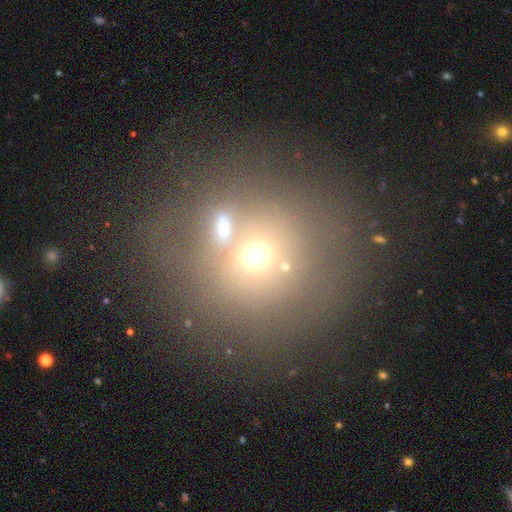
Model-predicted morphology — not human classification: smooth_or_featured: smooth (p=0.56) [alt: star or artifact p=0.25]
how_rounded: round (p=0.88) [alt: in between p=0.11]
merging: none (p=0.53) [alt: merger p=0.30]